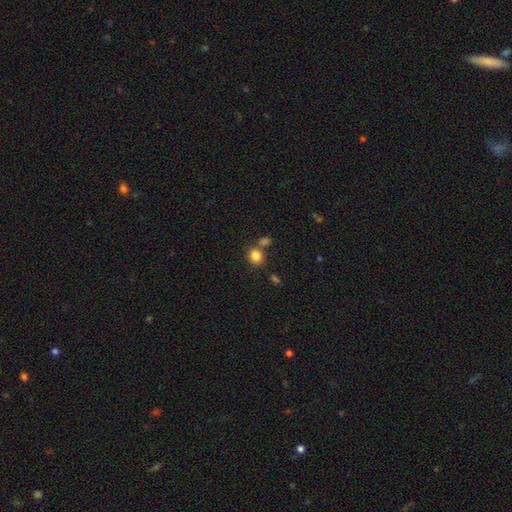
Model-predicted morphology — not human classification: Smooth or featured?
  - smooth: 83% *
  - star or artifact: 11%
  - featured or disk: 6%
How rounded?
  - round: 78% *
  - in between: 21%
  - cigar-shaped: 1%
Merging?
  - none: 66% *
  - merger: 20%
  - minor disturbance: 10%
  - major disturbance: 4%